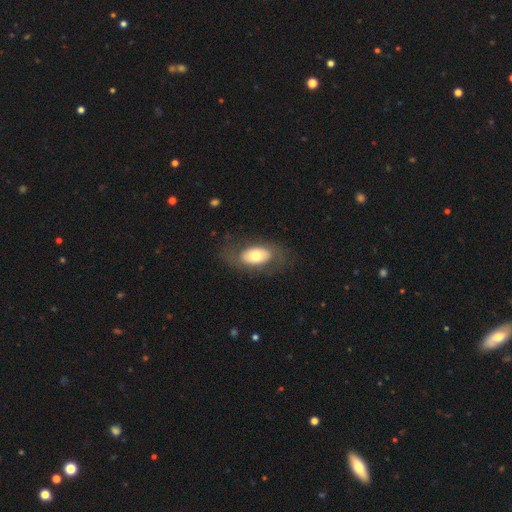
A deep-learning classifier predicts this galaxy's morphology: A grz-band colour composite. It shows a smooth galaxy with no disk features (58%) that is in between round and cigar-shaped (90%). Merging: none (73%).